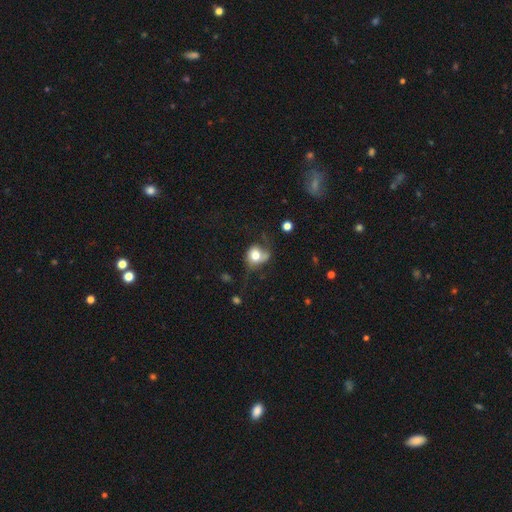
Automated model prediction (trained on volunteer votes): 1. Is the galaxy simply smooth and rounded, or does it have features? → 64% smooth, 26% featured or disk, 10% star or artifact.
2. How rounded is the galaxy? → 63% round, 36% in between, 1% cigar-shaped.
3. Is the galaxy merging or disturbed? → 34% none, 32% major disturbance, 28% minor disturbance, 6% merger.